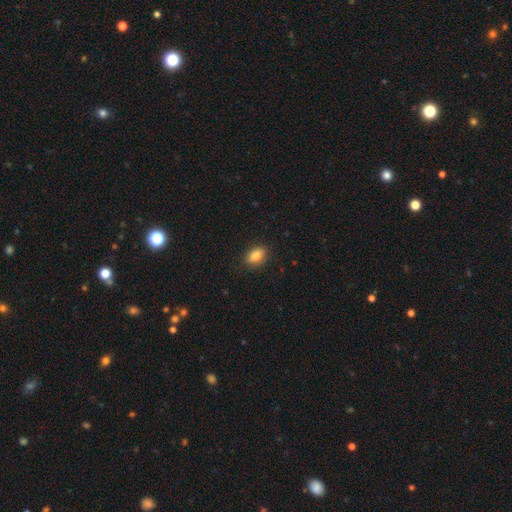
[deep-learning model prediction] smooth_or_featured: smooth (p=0.84) [alt: star or artifact p=0.08]
how_rounded: in between (p=0.84) [alt: round p=0.11]
merging: none (p=0.87) [alt: minor disturbance p=0.10]